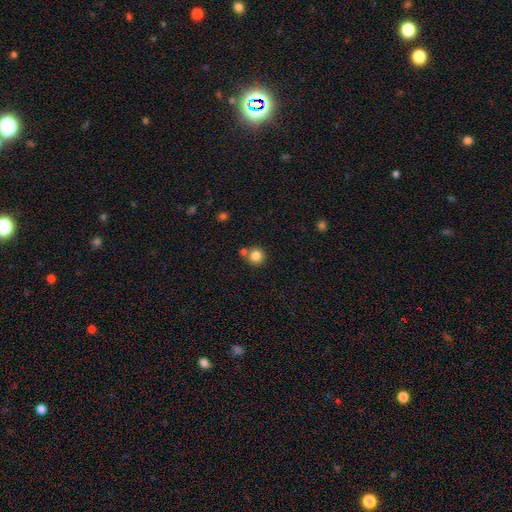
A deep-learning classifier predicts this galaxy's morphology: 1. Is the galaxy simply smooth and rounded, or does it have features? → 82% smooth, 11% star or artifact, 7% featured or disk.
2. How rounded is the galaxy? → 93% round, 6% in between, 1% cigar-shaped.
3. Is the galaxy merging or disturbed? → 71% none, 19% merger, 8% minor disturbance, 2% major disturbance.